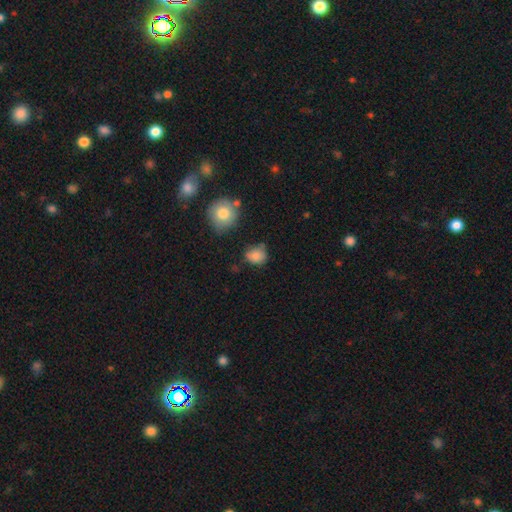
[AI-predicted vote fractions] smooth-or-featured: smooth: 83% | star or artifact: 10% | featured or disk: 7%
  how-rounded: round: 68% | in between: 31% | cigar-shaped: 1%
  merging: none: 62% | minor disturbance: 26% | major disturbance: 7% | merger: 6%